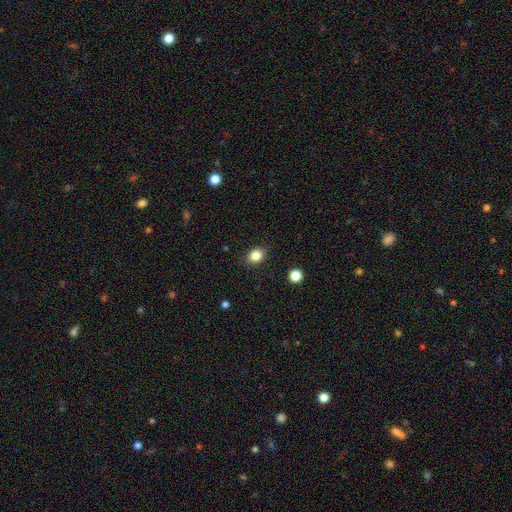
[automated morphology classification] smooth 84%, star or artifact 11%, featured or disk 5%. Down the decision tree: how rounded — in between (54%); merging — none (88%).